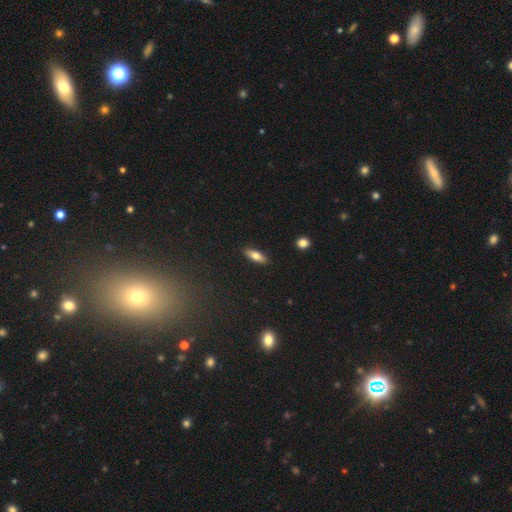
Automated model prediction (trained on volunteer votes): A smooth galaxy with no disk features (69%) that is in between round and cigar-shaped (58%).

Vote fractions:
- Smooth or featured? smooth: 69% / featured or disk: 24% / star or artifact: 7%
- How rounded? in between: 58% / cigar-shaped: 39% / round: 3%
- Merging? none: 89% / minor disturbance: 8% / major disturbance: 2% / merger: 1%